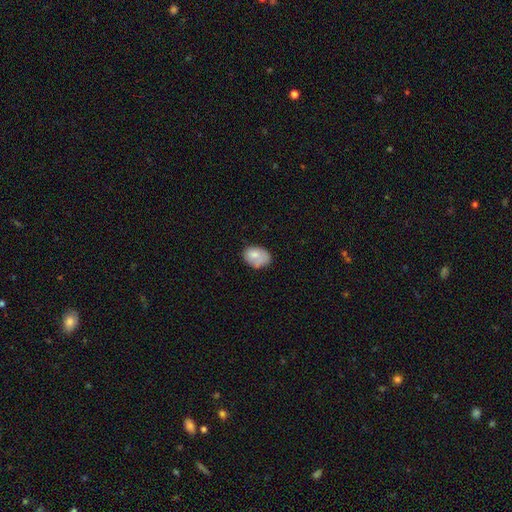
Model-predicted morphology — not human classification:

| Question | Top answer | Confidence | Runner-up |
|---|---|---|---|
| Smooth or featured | smooth | 74% | featured or disk (18%) |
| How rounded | in between | 74% | round (25%) |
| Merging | none | 51% | minor disturbance (32%) |